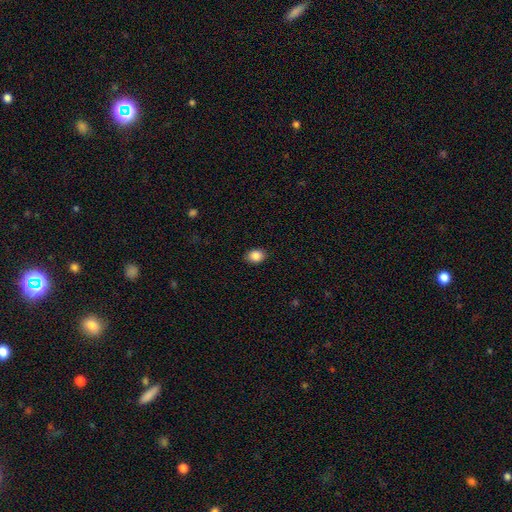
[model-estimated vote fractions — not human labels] Smooth or featured: smooth — 88% (star or artifact — 9%)
How rounded: in between — 65% (round — 34%)
Merging: none — 87% (minor disturbance — 9%)